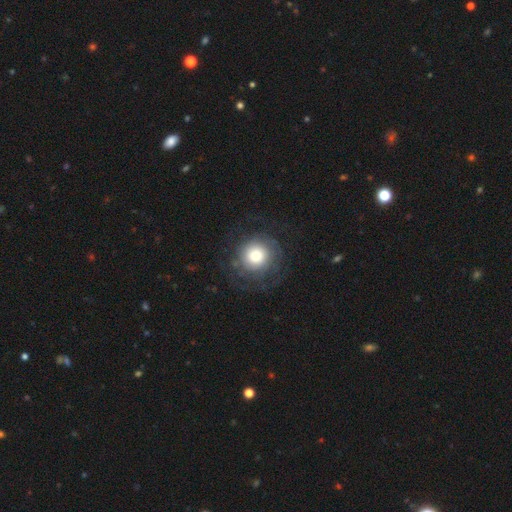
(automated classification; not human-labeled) smooth_or_featured: smooth (p=0.50) [alt: featured or disk p=0.40]
merging: none (p=0.71) [alt: minor disturbance p=0.14]